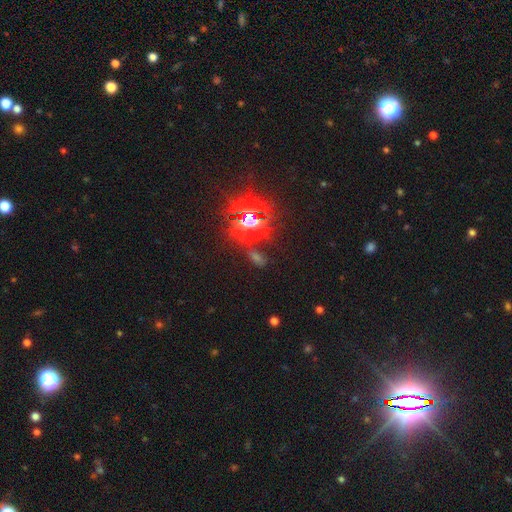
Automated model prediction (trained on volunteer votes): Smooth or featured: star or artifact — 72% (smooth — 18%)